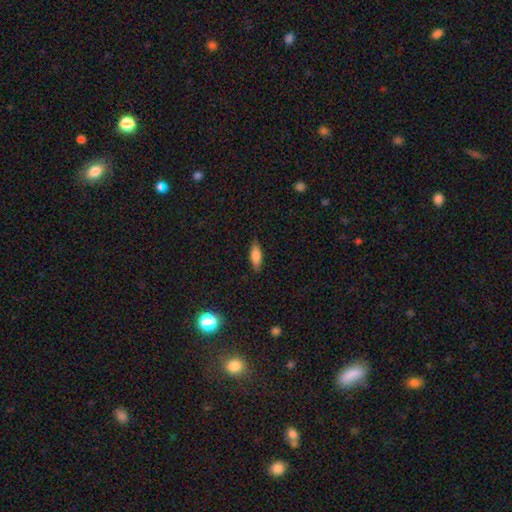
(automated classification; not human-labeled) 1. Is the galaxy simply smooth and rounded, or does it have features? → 79% smooth, 14% featured or disk, 7% star or artifact.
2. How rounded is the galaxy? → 59% in between, 38% cigar-shaped, 2% round.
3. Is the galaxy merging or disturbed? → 85% none, 12% minor disturbance, 2% major disturbance, 1% merger.